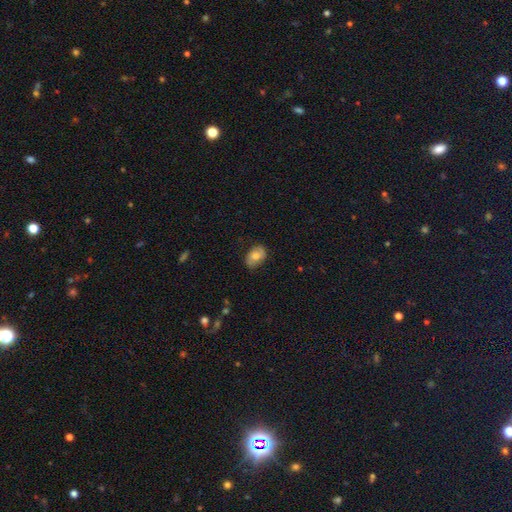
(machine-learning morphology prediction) type=smooth (72%); roundness=in between (83%); merging=none (77%).